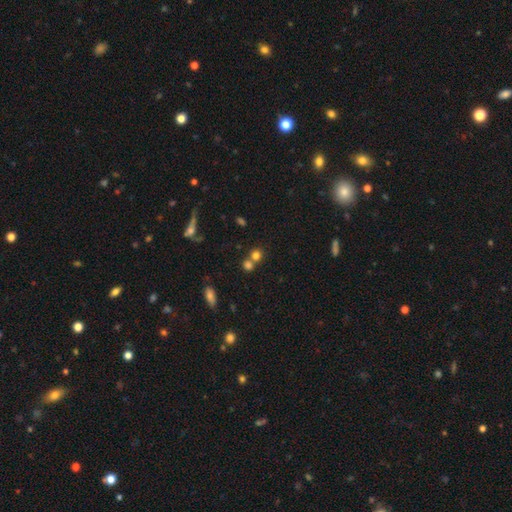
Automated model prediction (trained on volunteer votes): smooth_or_featured: smooth (p=0.74) [alt: star or artifact p=0.16]
how_rounded: round (p=0.85) [alt: in between p=0.14]
merging: none (p=0.51) [alt: merger p=0.39]